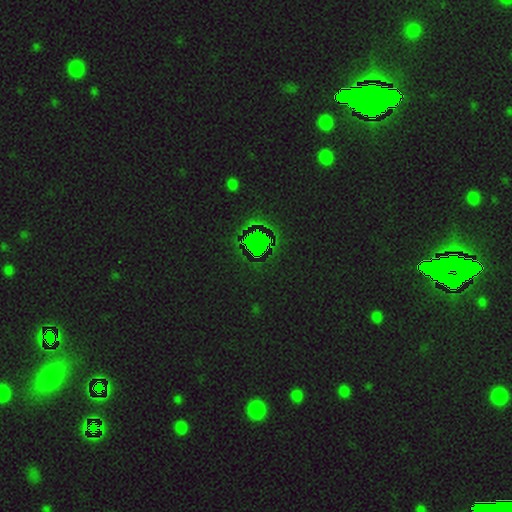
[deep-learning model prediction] Smooth or featured? Predicted: star or artifact (p=0.81).